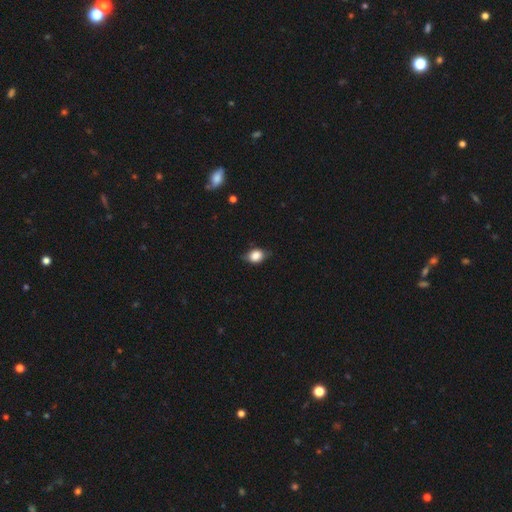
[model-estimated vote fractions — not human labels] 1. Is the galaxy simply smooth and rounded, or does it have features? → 78% smooth, 13% featured or disk, 9% star or artifact.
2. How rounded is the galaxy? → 57% in between, 42% round, 2% cigar-shaped.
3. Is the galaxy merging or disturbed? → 68% none, 25% minor disturbance, 5% major disturbance, 1% merger.